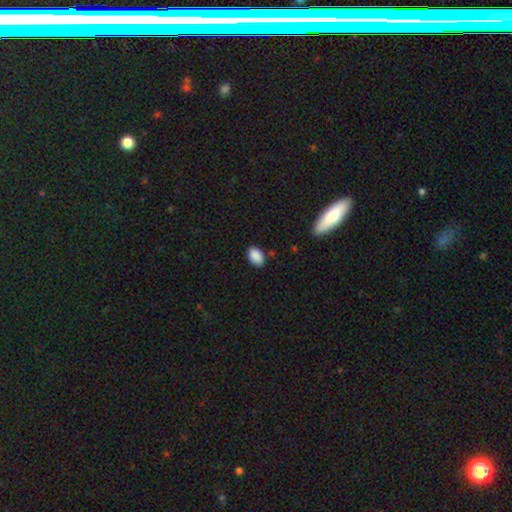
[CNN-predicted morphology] A smooth galaxy with no disk features (89%) that is in between round and cigar-shaped (86%). Merging: none (85%).